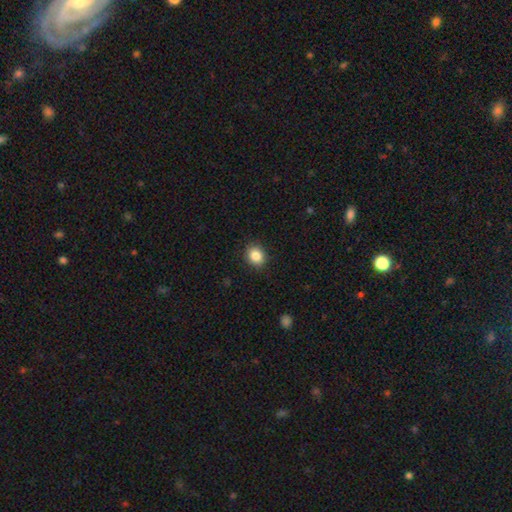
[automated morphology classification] This is clearly a smooth galaxy (86%). How rounded: likely round (64%). Merging: clearly none (88%).